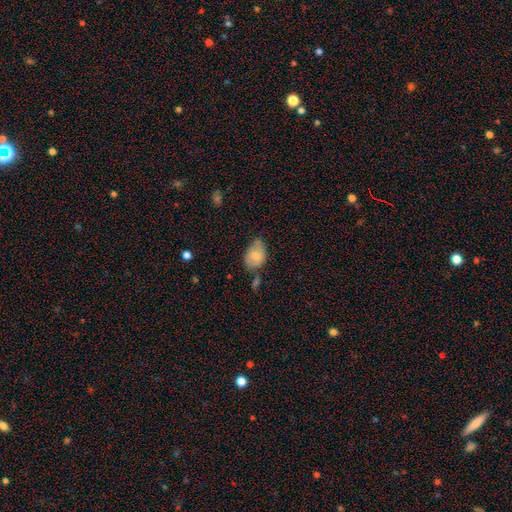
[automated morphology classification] type=smooth (77%); roundness=in between (75%); merging=none (47%).